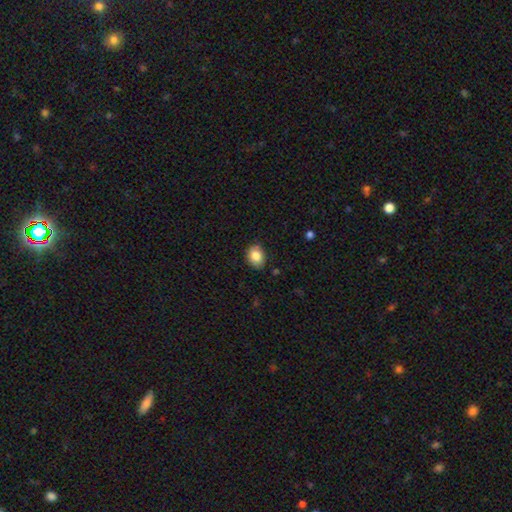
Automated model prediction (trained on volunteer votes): Overall: smooth (85%). How rounded: in between (61%; round 38%). Merging: none (84%).